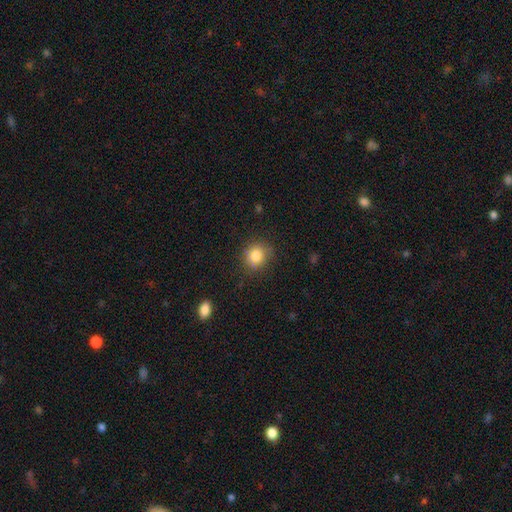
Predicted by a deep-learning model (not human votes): Smooth or featured?
  - smooth: 83% *
  - star or artifact: 11%
  - featured or disk: 7%
How rounded?
  - round: 81% *
  - in between: 18%
  - cigar-shaped: 1%
Merging?
  - none: 83% *
  - minor disturbance: 13%
  - major disturbance: 3%
  - merger: 1%